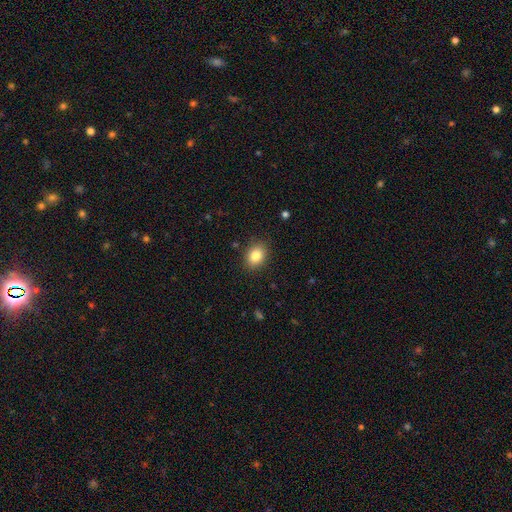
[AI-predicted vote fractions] A smooth galaxy with no disk features (84%) that is in between round and cigar-shaped (62%).

Vote fractions:
- Smooth or featured? smooth: 84% / star or artifact: 9% / featured or disk: 7%
- How rounded? in between: 62% / round: 37% / cigar-shaped: 1%
- Merging? none: 88% / minor disturbance: 9% / major disturbance: 2% / merger: 1%